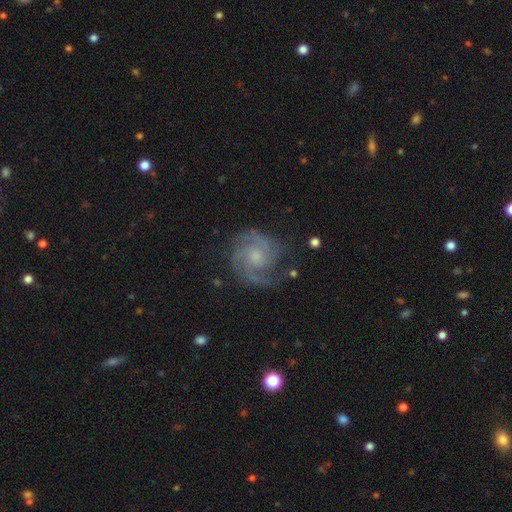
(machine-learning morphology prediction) The model was most divided on "spiral arm count": 2: 39%, 3: 36%, can't tell: 11%, 4: 5%, 1: 4%, more than 4: 4%. Remaining: edge-on disk — no (98%); spiral arms — yes (98%); smooth or featured — featured or disk (87%); merging — none (74%); bar — no (65%); spiral winding — medium (47%); bulge size — small (46%).